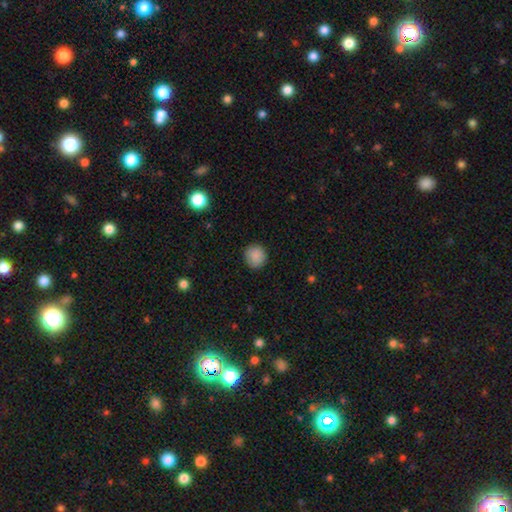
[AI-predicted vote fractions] This is clearly a smooth galaxy (87%). How rounded: clearly round (92%). Merging: clearly none (89%).